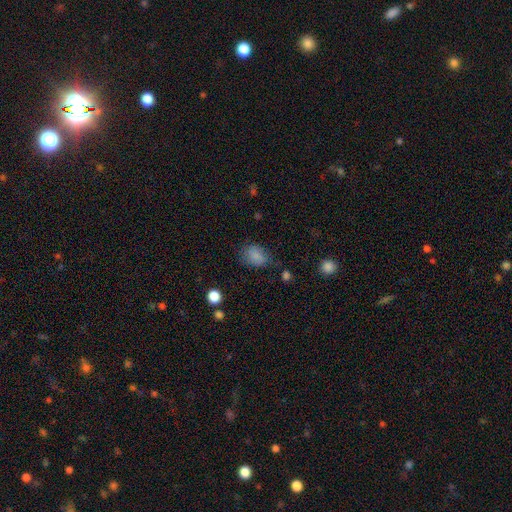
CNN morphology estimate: Smooth or featured?
  - smooth: 83% *
  - star or artifact: 10%
  - featured or disk: 6%
How rounded?
  - in between: 72% *
  - round: 27%
  - cigar-shaped: 1%
Merging?
  - none: 66% *
  - minor disturbance: 23%
  - major disturbance: 8%
  - merger: 2%